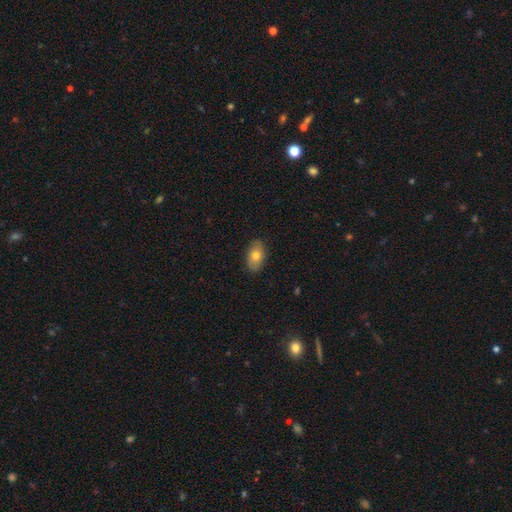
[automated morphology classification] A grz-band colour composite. It shows a smooth galaxy with no disk features (75%) that is in between round and cigar-shaped (90%). Merging: none (87%).